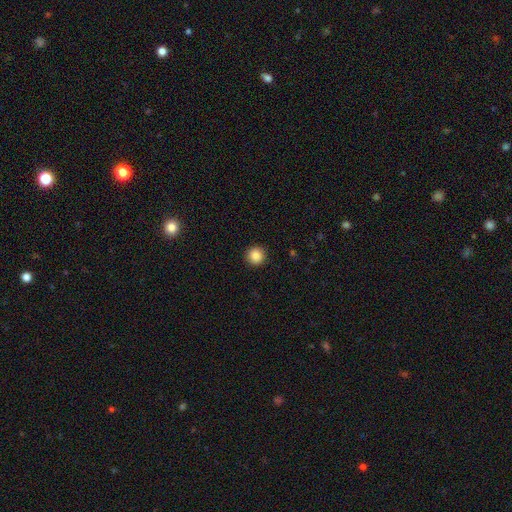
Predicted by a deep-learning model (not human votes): Smooth or featured: smooth — 87% (star or artifact — 10%)
How rounded: round — 95% (in between — 4%)
Merging: none — 93% (minor disturbance — 5%)